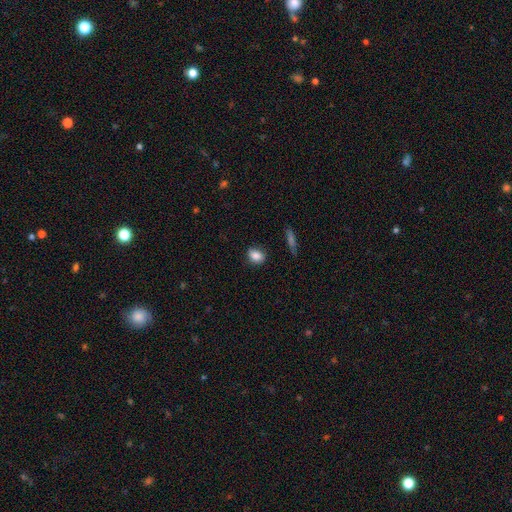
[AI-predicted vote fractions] The model was most divided on "how rounded": in between: 64%, round: 33%, cigar-shaped: 2%. More confident: smooth or featured — smooth (86%); merging — none (85%).